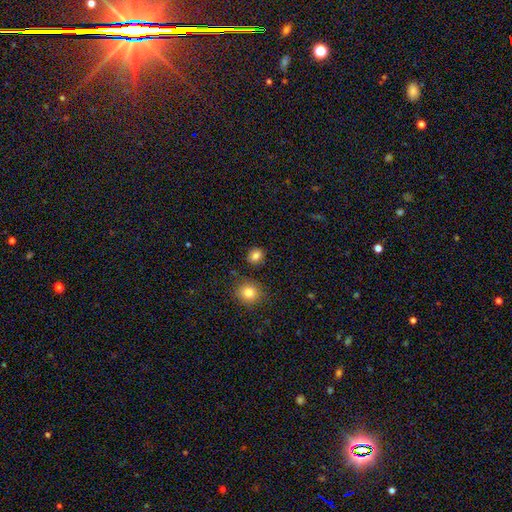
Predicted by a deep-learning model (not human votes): Overall: smooth (84%). How rounded: round (71%). Merging: none (86%).